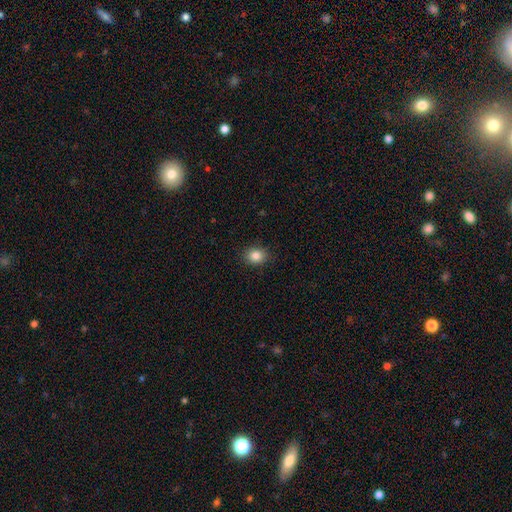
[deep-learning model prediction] Overall: smooth (85%). How rounded: round (56%; in between 43%). Merging: none (88%).